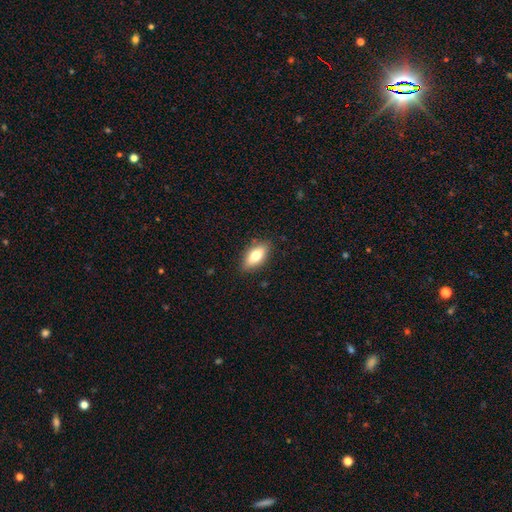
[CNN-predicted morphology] smooth-or-featured: smooth: 76% | featured or disk: 17% | star or artifact: 7%
  how-rounded: in between: 85% | cigar-shaped: 11% | round: 4%
  merging: none: 85% | minor disturbance: 11% | major disturbance: 2% | merger: 1%